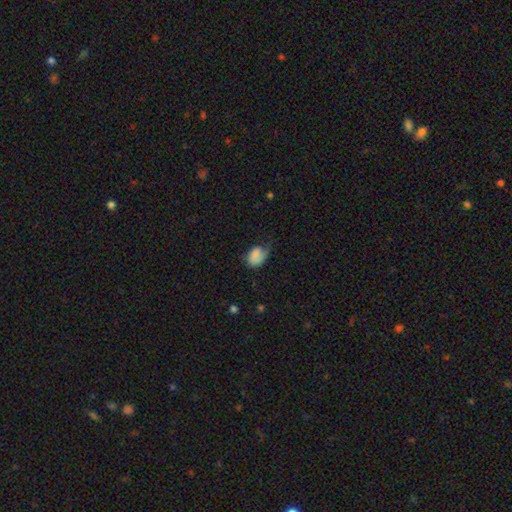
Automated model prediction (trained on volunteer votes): Smooth or featured? Predicted: smooth (p=0.70). How rounded? Predicted: in between (p=0.78). Merging? Predicted: minor disturbance (p=0.34).